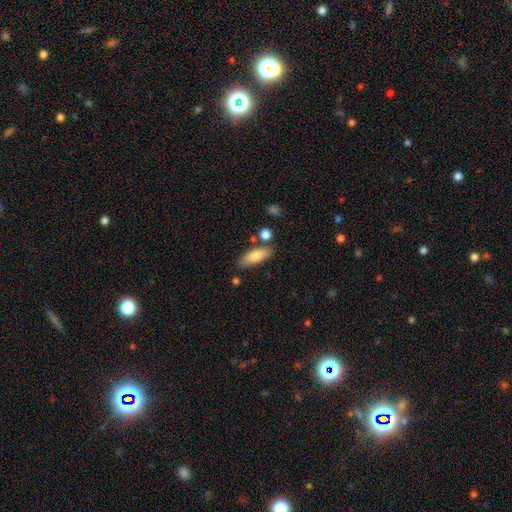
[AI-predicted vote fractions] This is likely a smooth galaxy (76%). How rounded: likely in between (64%). Merging: likely none (77%).